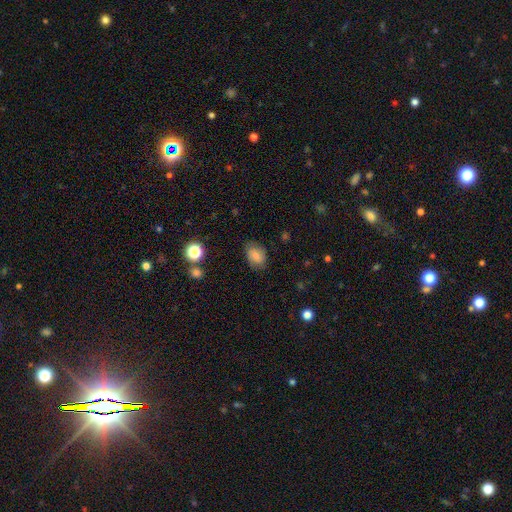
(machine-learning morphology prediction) The model was most divided on "how rounded": in between: 76%, round: 23%, cigar-shaped: 1%. More confident: smooth or featured — smooth (78%); merging — none (74%).